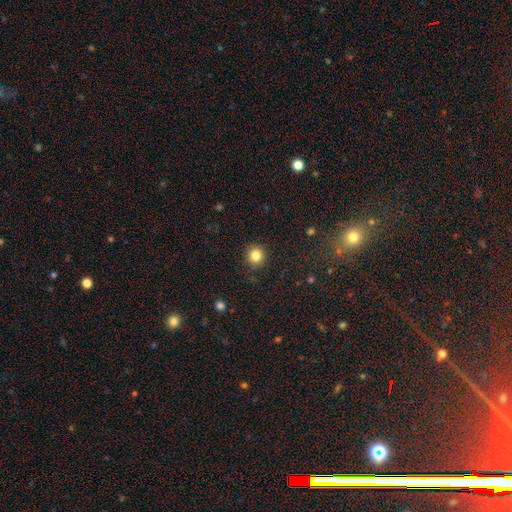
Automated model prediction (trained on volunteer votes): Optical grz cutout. It shows a smooth galaxy with no disk features (83%) that is round (93%). Merging: none (91%).